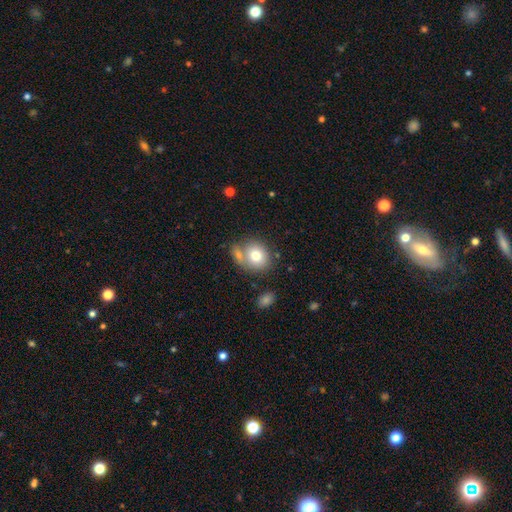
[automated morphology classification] This appears to be a smooth galaxy with no disk features (76%) that is round (69%). Merging: none (52%).